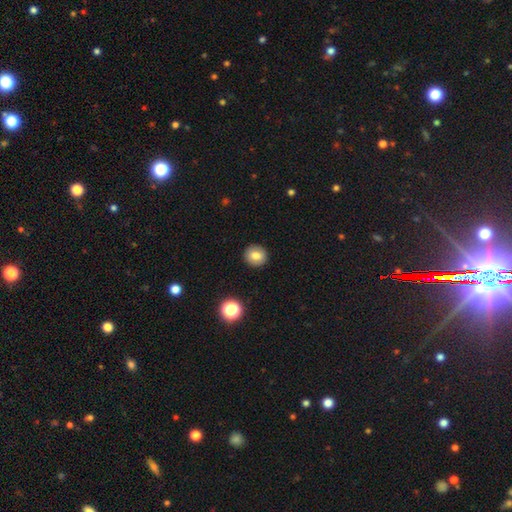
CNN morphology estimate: A smooth galaxy with no disk features (80%) that is round (85%). Merging: none (91%).